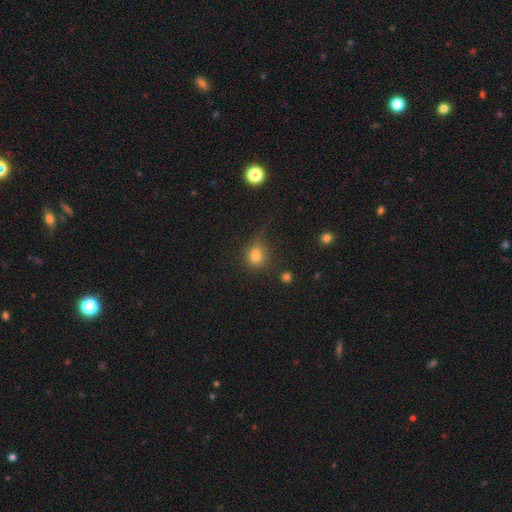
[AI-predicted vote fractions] smooth 76%, star or artifact 15%, featured or disk 9%. Down the decision tree: how rounded — round (70%); merging — none (56%).